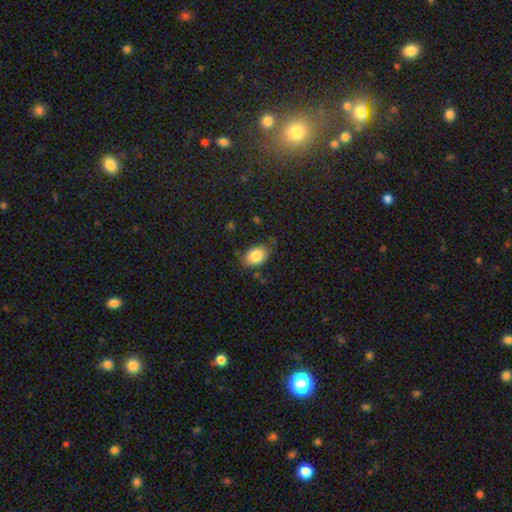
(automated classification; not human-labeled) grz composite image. It shows a smooth galaxy with no disk features (84%) that is in between round and cigar-shaped (84%). Merging: none (75%).